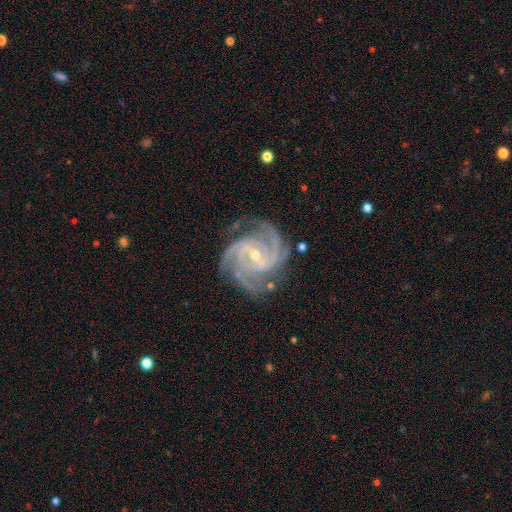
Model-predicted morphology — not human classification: smooth_or_featured: featured or disk (p=0.94) [alt: star or artifact p=0.04]
disk_edge_on: no (p=0.98) [alt: yes p=0.02]
bar: weak (p=0.45) [alt: no p=0.28]
has_spiral_arms: yes (p=0.99) [alt: no p=0.01]
spiral_winding: tight (p=0.59) [alt: medium p=0.37]
spiral_arm_count: 3 (p=0.37) [alt: 4 p=0.29]
bulge_size: small (p=0.63) [alt: moderate p=0.34]
merging: none (p=0.76) [alt: minor disturbance p=0.17]